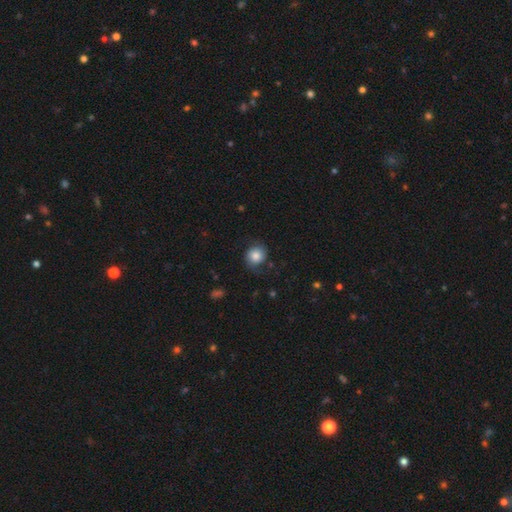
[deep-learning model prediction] Smooth or featured? Predicted: smooth (p=0.73). How rounded? Predicted: round (p=0.79). Merging? Predicted: none (p=0.69).